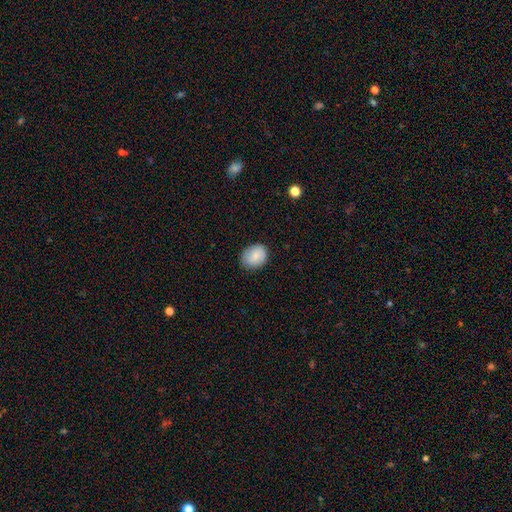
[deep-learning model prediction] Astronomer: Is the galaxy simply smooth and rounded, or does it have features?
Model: smooth — 82%.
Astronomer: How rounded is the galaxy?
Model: in between — 54% (runner-up: round, 45%).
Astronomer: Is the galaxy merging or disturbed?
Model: none — 79%.